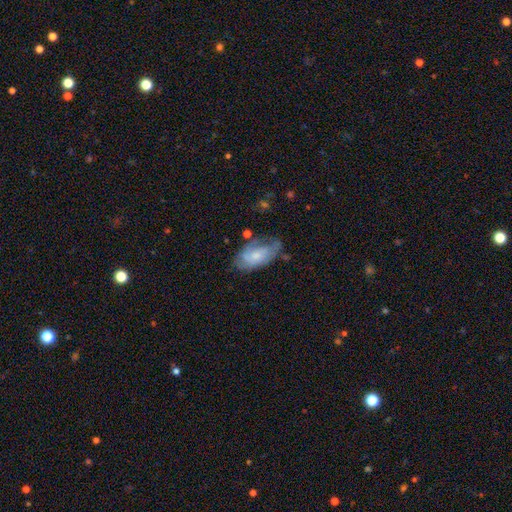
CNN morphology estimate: smooth-or-featured: smooth: 53% | featured or disk: 40% | star or artifact: 7%
  how-rounded: in between: 92% | cigar-shaped: 4% | round: 4%
  merging: none: 46% | minor disturbance: 33% | major disturbance: 16% | merger: 5%